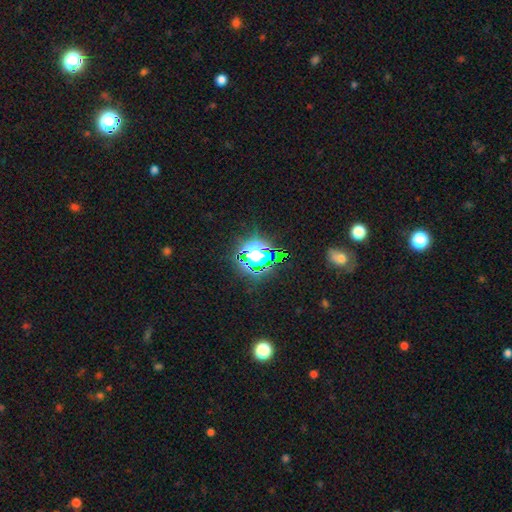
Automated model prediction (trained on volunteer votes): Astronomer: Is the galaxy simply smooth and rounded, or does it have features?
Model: star or artifact — 65%.